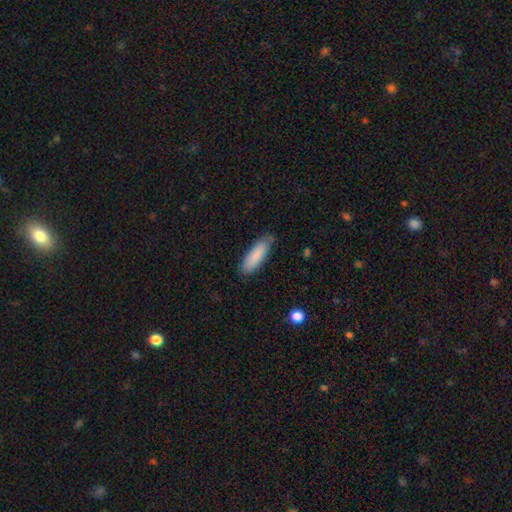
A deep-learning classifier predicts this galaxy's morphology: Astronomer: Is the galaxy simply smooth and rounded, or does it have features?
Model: smooth — 86%.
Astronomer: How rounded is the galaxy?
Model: cigar-shaped — 51% (runner-up: in between, 48%).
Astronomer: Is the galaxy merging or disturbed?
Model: none — 78%.